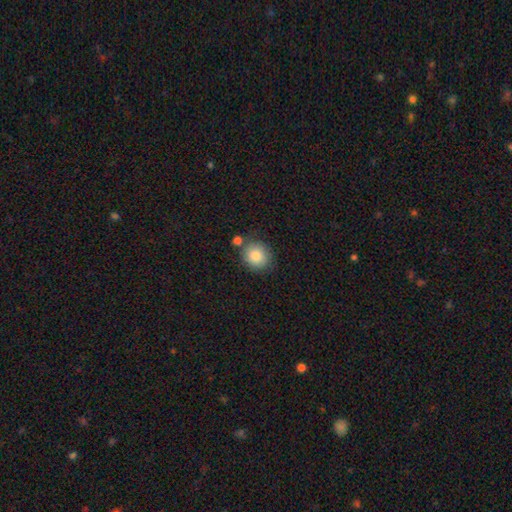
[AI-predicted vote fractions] This appears to be a smooth galaxy with no disk features (84%) that is round (81%). Merging: none (74%).